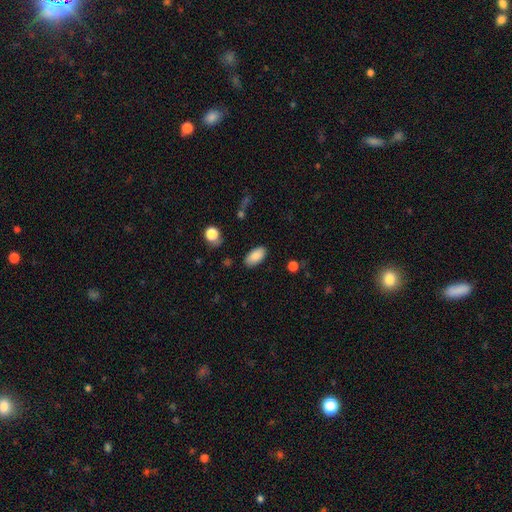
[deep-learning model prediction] The model was most divided on "merging": none: 86%, minor disturbance: 10%, major disturbance: 3%, merger: 2%. More confident: how rounded — in between (94%); smooth or featured — smooth (87%).